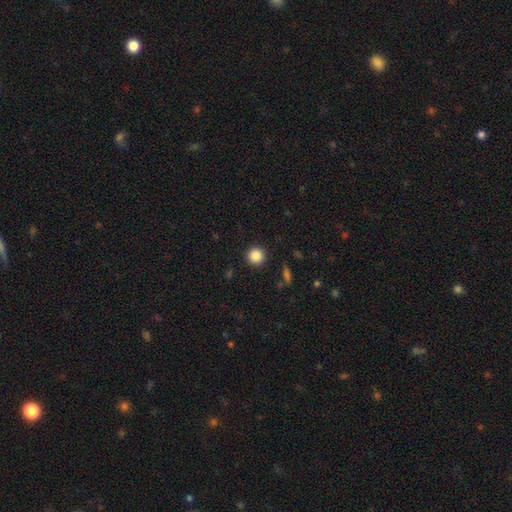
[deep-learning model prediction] Smooth or featured?
  - smooth: 86% *
  - star or artifact: 10%
  - featured or disk: 4%
How rounded?
  - round: 95% *
  - in between: 4%
  - cigar-shaped: 1%
Merging?
  - none: 92% *
  - minor disturbance: 5%
  - major disturbance: 2%
  - merger: 1%